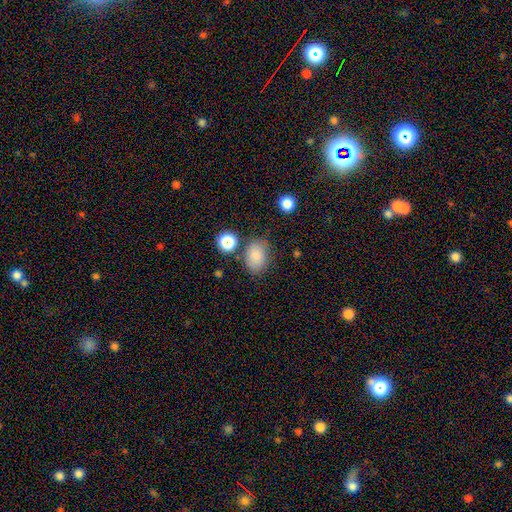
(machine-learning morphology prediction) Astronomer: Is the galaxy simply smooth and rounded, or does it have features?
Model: smooth — 83%.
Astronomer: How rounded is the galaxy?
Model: in between — 74%.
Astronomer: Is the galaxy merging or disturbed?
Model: none — 73%.